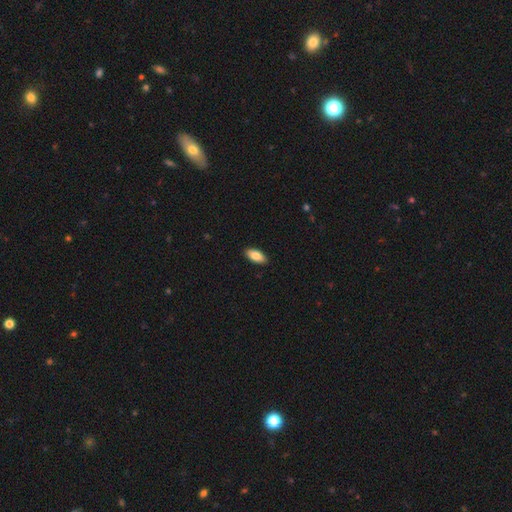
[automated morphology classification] type=smooth (85%); roundness=in between (89%); merging=none (90%).